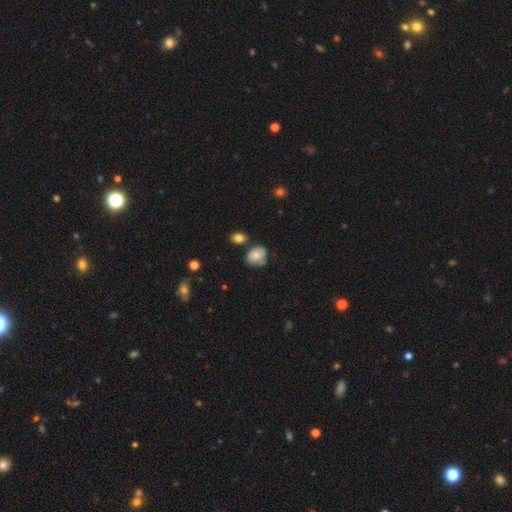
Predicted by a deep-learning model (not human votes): smooth-or-featured: smooth: 70% | featured or disk: 21% | star or artifact: 9%
  how-rounded: in between: 53% | round: 46% | cigar-shaped: 1%
  merging: none: 52% | minor disturbance: 32% | major disturbance: 8% | merger: 8%